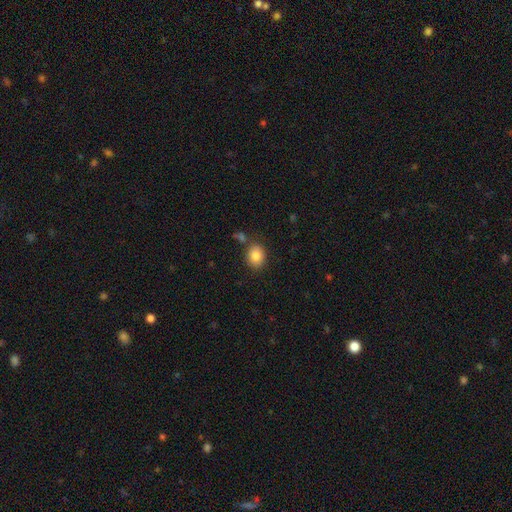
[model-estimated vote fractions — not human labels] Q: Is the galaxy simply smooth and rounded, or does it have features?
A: smooth — 84%.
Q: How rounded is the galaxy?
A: round — 54%.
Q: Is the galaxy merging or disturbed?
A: none — 77%.